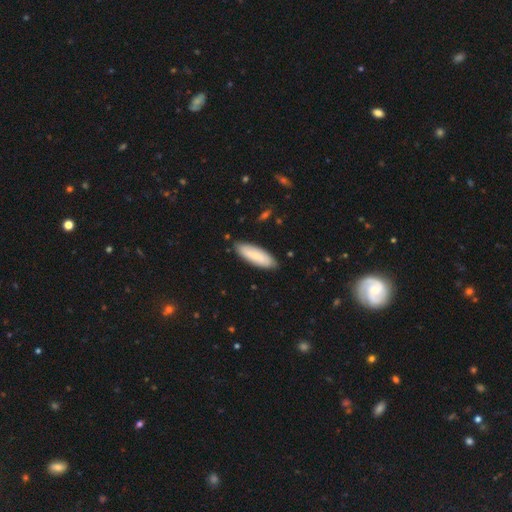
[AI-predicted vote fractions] Morphology: type=smooth (72%); roundness=in between (61%); merging=none (85%).